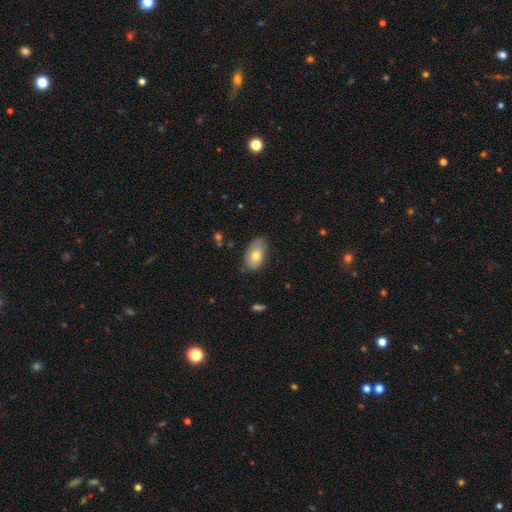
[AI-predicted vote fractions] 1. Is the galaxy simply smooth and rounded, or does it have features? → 73% smooth, 20% featured or disk, 7% star or artifact.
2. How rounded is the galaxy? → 92% in between, 7% round, 2% cigar-shaped.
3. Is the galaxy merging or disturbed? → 69% none, 25% minor disturbance, 4% major disturbance, 2% merger.